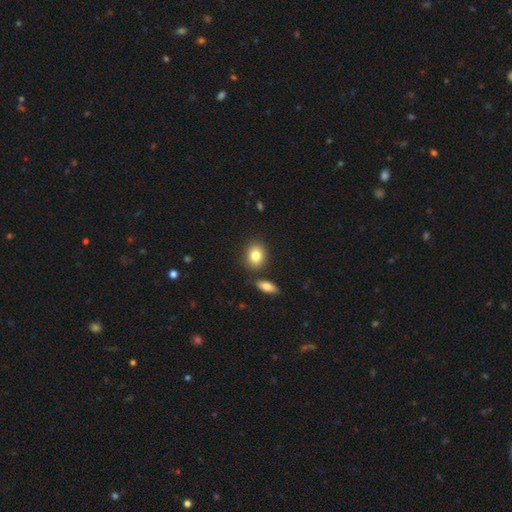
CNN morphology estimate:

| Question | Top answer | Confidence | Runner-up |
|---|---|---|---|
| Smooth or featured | smooth | 83% | featured or disk (9%) |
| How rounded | round | 52% | in between (47%) |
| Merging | none | 79% | merger (9%) |